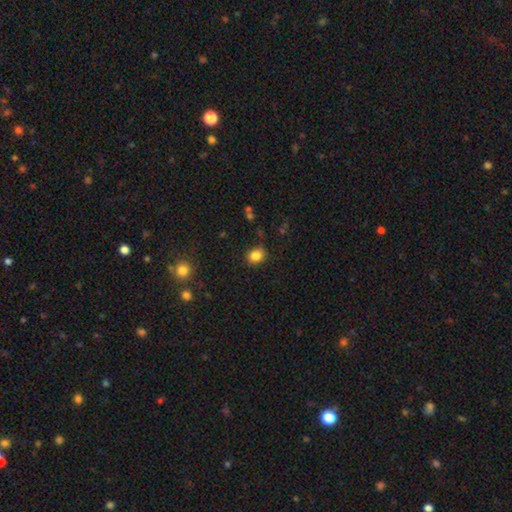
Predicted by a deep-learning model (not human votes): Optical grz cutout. It shows a smooth galaxy with no disk features (84%) that is round (73%). Merging: none (85%).